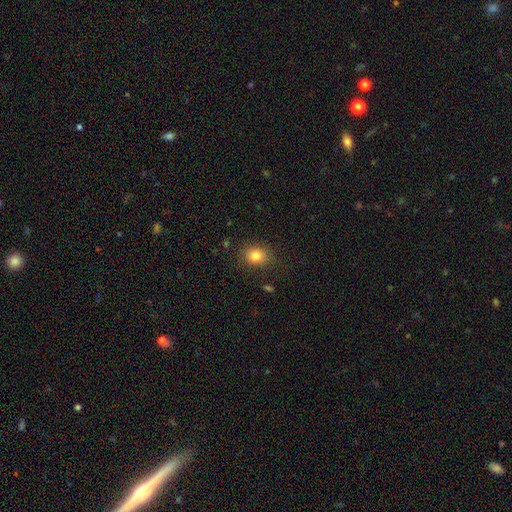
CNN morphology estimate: A smooth galaxy with no disk features (82%) that is round (58%). Merging: none (85%).